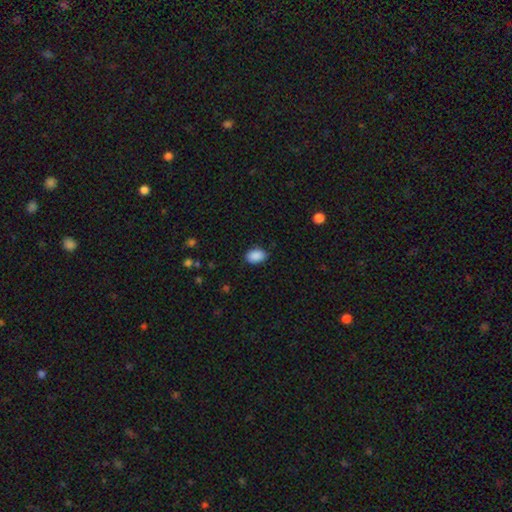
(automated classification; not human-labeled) Smooth or featured? smooth (90%)
How rounded? in between (85%)
Merging? none (84%)